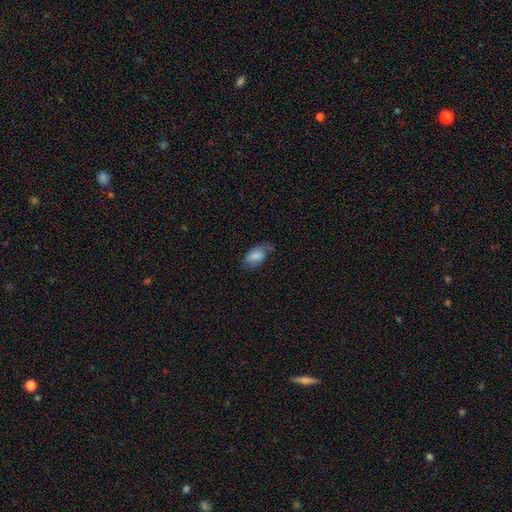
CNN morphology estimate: The model was most divided on "merging": none: 49%, minor disturbance: 35%, major disturbance: 14%, merger: 2%. More confident: how rounded — in between (93%); smooth or featured — smooth (77%).